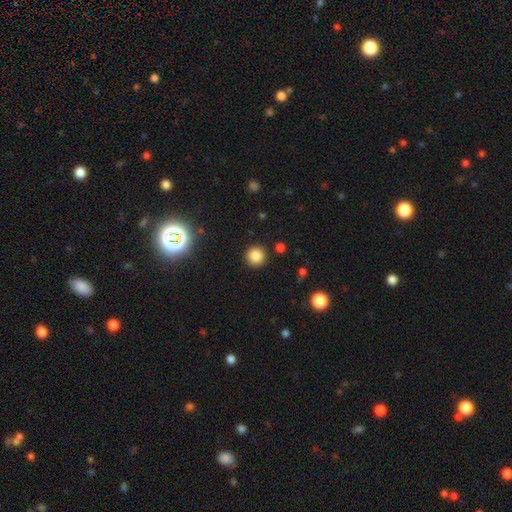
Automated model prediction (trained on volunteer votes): This appears to be a smooth galaxy with no disk features (83%) that is round (94%). Merging: none (90%).